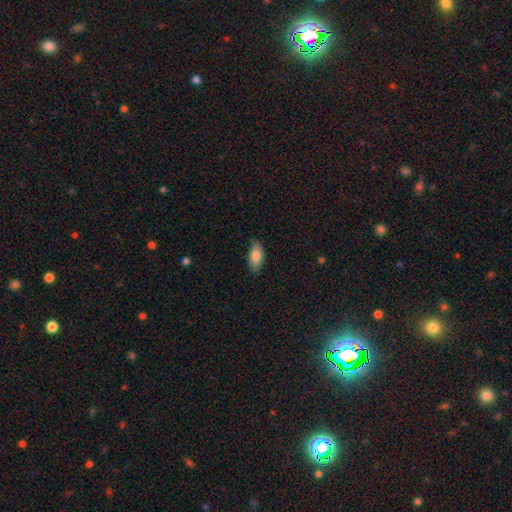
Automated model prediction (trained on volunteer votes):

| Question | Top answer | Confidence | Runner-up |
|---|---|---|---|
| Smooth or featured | smooth | 81% | featured or disk (12%) |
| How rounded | in between | 89% | cigar-shaped (9%) |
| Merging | none | 79% | minor disturbance (17%) |